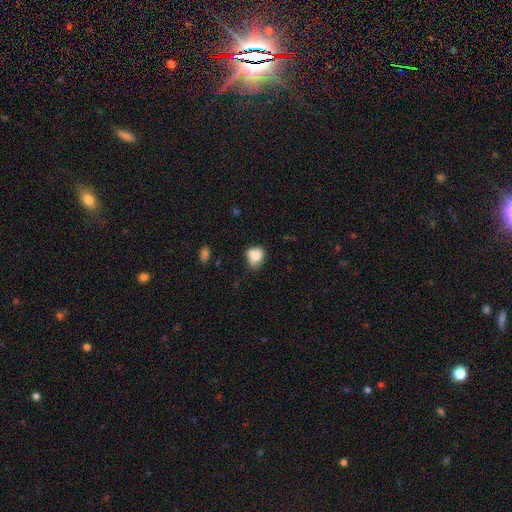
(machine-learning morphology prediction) This appears to be a smooth galaxy with no disk features (75%) that is round (53%). Merging: none (47%).